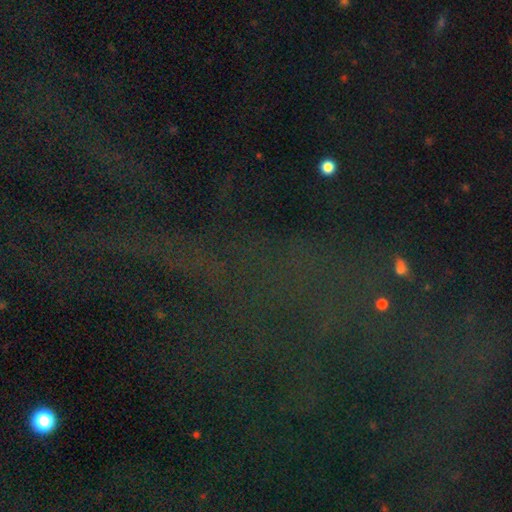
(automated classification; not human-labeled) Morphology: type=star or artifact (76%).